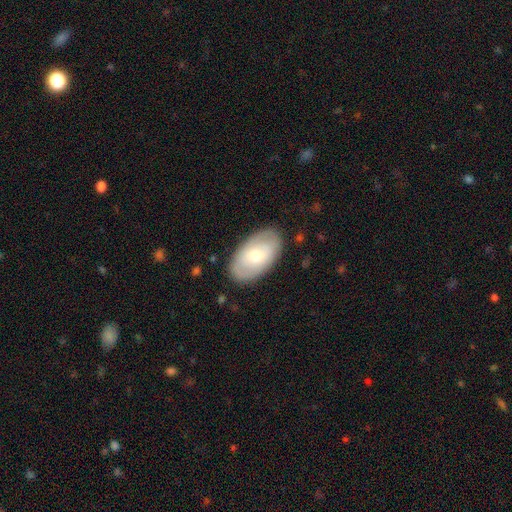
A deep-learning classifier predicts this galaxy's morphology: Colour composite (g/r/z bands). It shows a smooth galaxy with no disk features (55%) that is in between round and cigar-shaped (93%). Merging: none (84%).